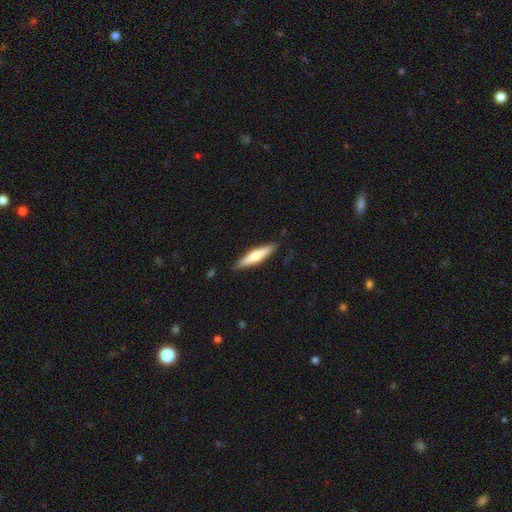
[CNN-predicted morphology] smooth_or_featured: smooth (p=0.56) [alt: featured or disk p=0.39]
how_rounded: cigar-shaped (p=0.83) [alt: in between p=0.16]
merging: none (p=0.88) [alt: minor disturbance p=0.09]